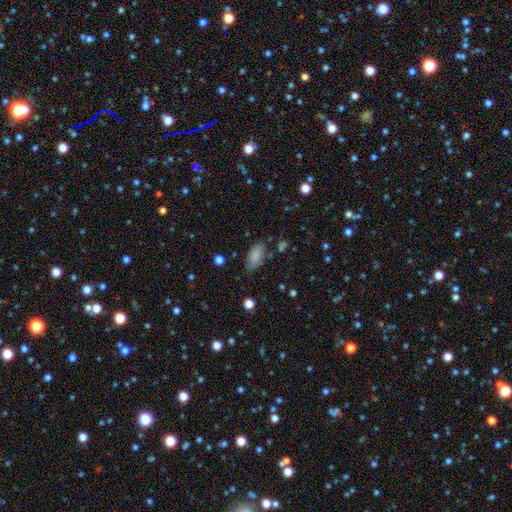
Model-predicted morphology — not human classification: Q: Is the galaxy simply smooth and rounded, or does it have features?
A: smooth — 84%.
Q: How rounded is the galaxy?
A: in between — 93%.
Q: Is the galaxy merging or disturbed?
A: none — 77%.